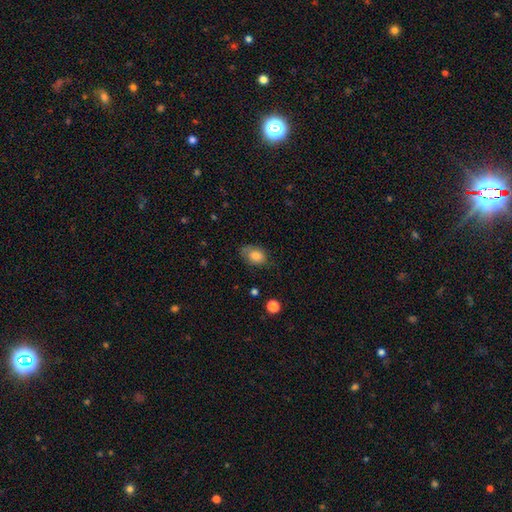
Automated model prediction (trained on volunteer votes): The model was most divided on "merging": none: 62%, minor disturbance: 28%, major disturbance: 9%, merger: 2%. More confident: smooth or featured — smooth (82%); how rounded — in between (78%).